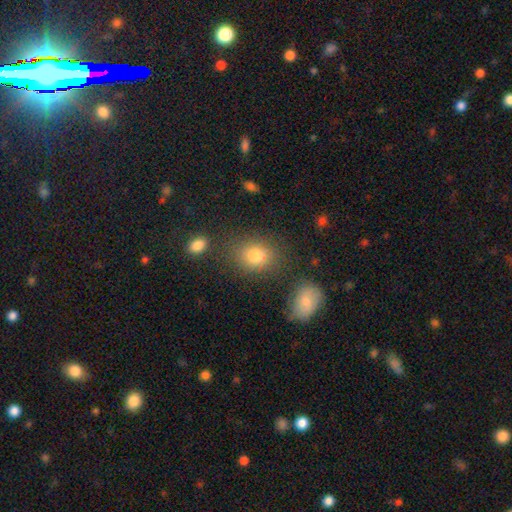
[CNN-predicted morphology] Overall: smooth (79%). How rounded: round (50%; in between 49%). Merging: none (77%).